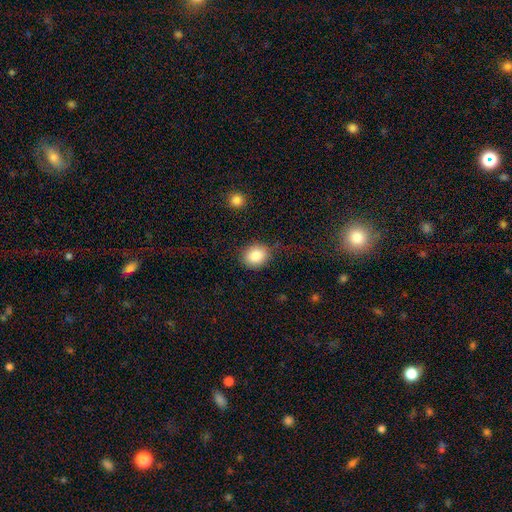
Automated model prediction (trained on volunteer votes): This appears to be a smooth galaxy with no disk features (83%) that is round (61%). Merging: none (82%).